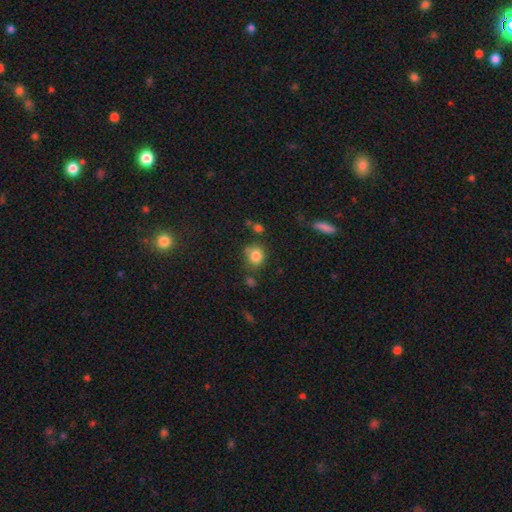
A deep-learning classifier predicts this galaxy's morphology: smooth_or_featured: smooth (p=0.83) [alt: star or artifact p=0.11]
how_rounded: round (p=0.74) [alt: in between p=0.25]
merging: none (p=0.64) [alt: minor disturbance p=0.20]